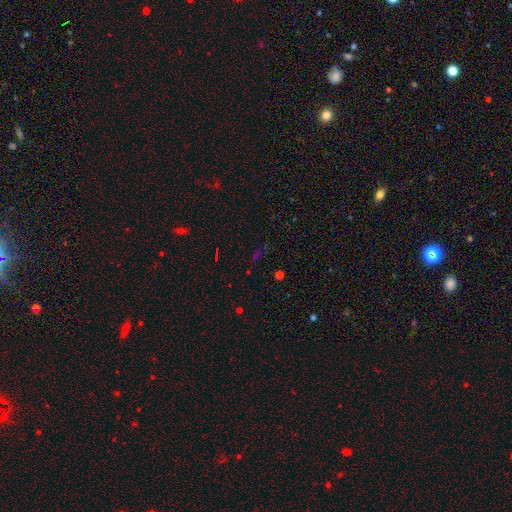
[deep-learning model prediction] A star or artifact, not a galaxy (62%).

Vote fractions:
- Smooth or featured? star or artifact: 62% / smooth: 27% / featured or disk: 11%